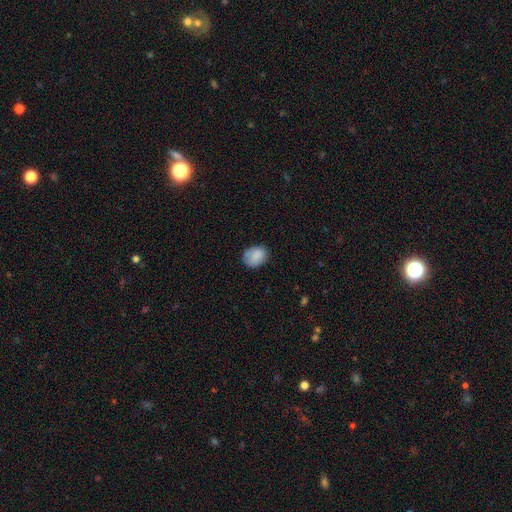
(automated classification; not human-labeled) A smooth galaxy with no disk features (83%) that is in between round and cigar-shaped (60%). Merging: none (74%).